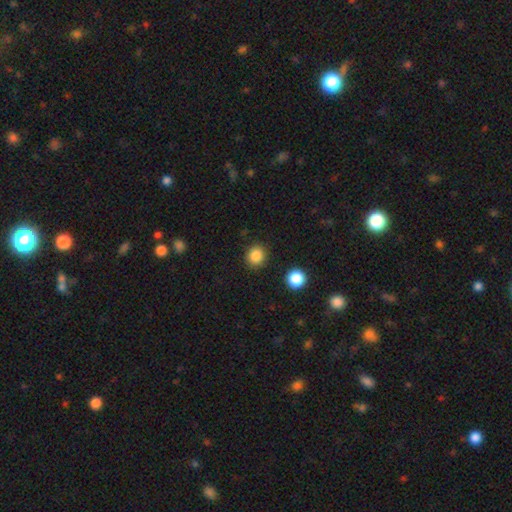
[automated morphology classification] Smooth or featured? smooth (86%)
How rounded? round (86%)
Merging? none (88%)